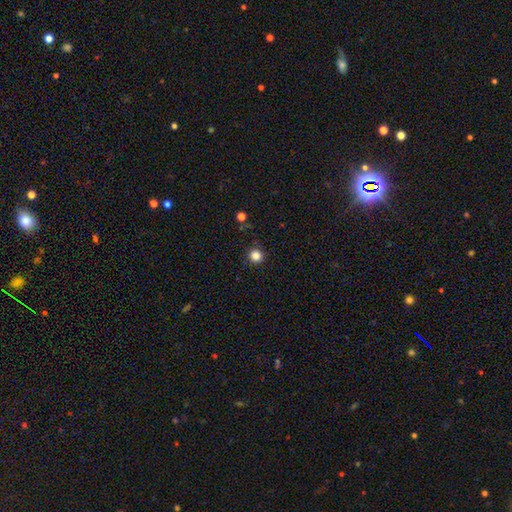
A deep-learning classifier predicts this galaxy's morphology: A smooth galaxy with no disk features (84%) that is round (94%).

Vote fractions:
- Smooth or featured? smooth: 84% / star or artifact: 13% / featured or disk: 3%
- How rounded? round: 94% / in between: 5% / cigar-shaped: 1%
- Merging? none: 90% / minor disturbance: 6% / major disturbance: 2% / merger: 1%